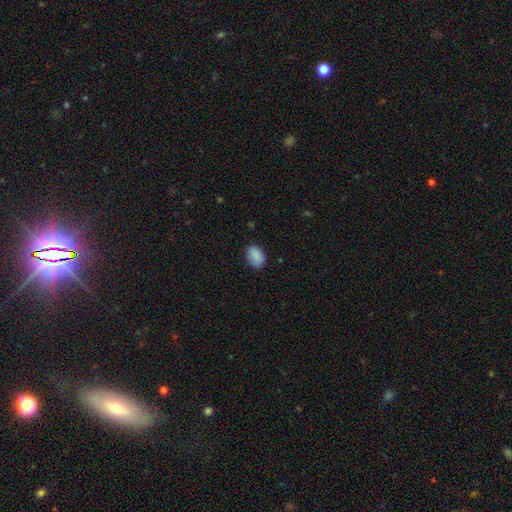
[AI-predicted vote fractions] This is clearly a smooth galaxy (88%). How rounded: clearly in between (83%). Merging: clearly none (80%).